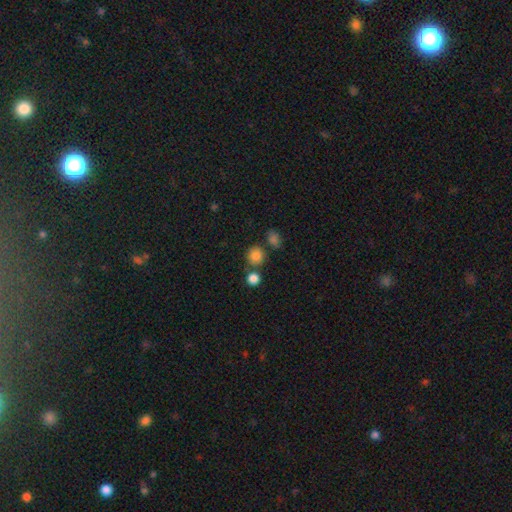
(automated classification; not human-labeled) Overall: smooth (83%). How rounded: round (88%). Merging: none (69%).